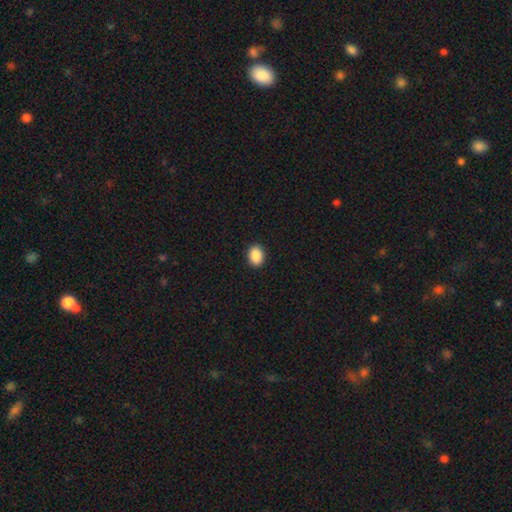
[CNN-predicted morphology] Smooth or featured? smooth (90%)
How rounded? in between (65%)
Merging? none (92%)